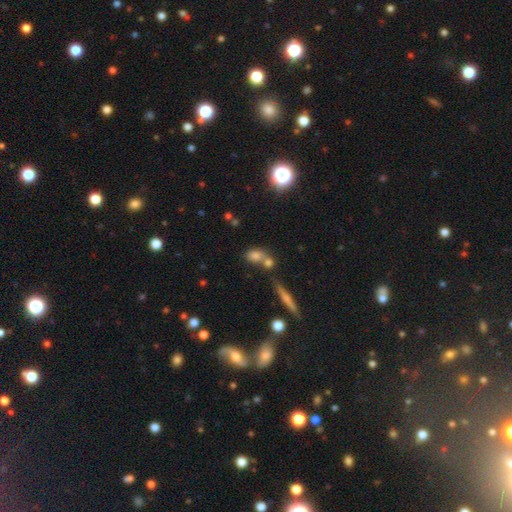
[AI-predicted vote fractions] Morphology: type=smooth (71%); roundness=in between (63%); merging=merger (46%).